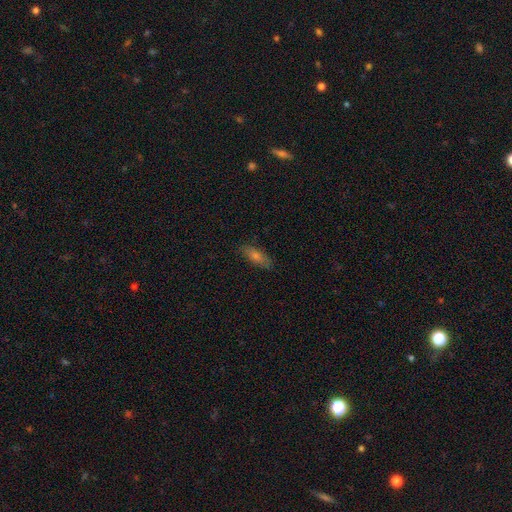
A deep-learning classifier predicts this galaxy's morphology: Overall: smooth (64%; featured or disk 25%). How rounded: in between (52%; cigar-shaped 45%). Merging: none (85%).